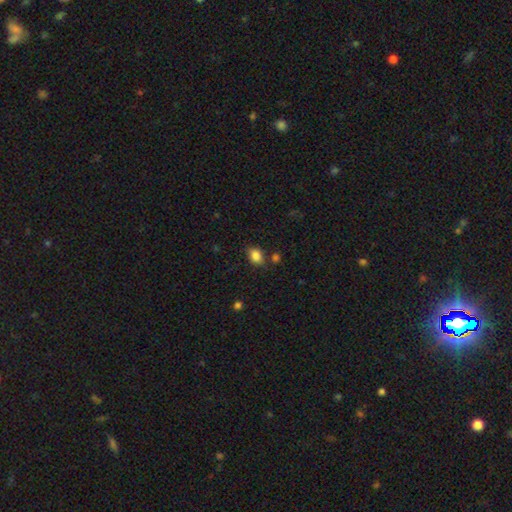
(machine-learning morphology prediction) Smooth or featured? smooth (85%)
How rounded? in between (66%)
Merging? none (74%)